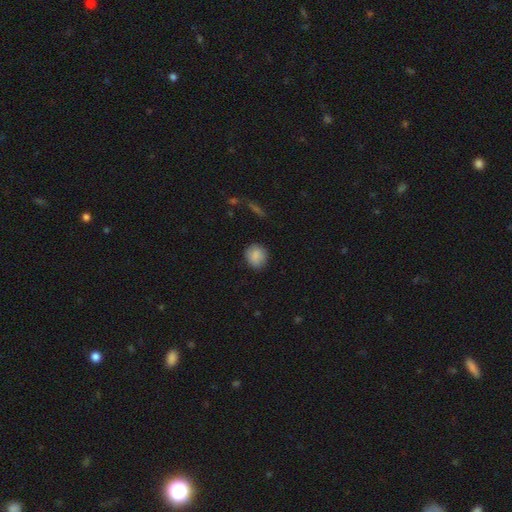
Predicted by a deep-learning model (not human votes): A smooth galaxy with no disk features (87%) that is round (75%). Merging: none (85%).